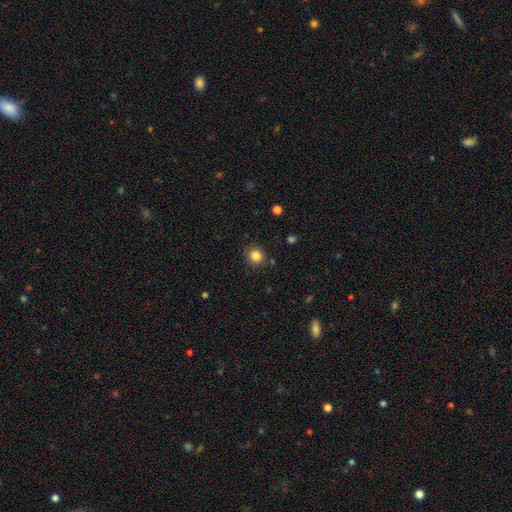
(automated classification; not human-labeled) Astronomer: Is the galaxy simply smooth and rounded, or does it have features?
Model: smooth — 84%.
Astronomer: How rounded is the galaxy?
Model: round — 88%.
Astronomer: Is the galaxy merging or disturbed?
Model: none — 88%.